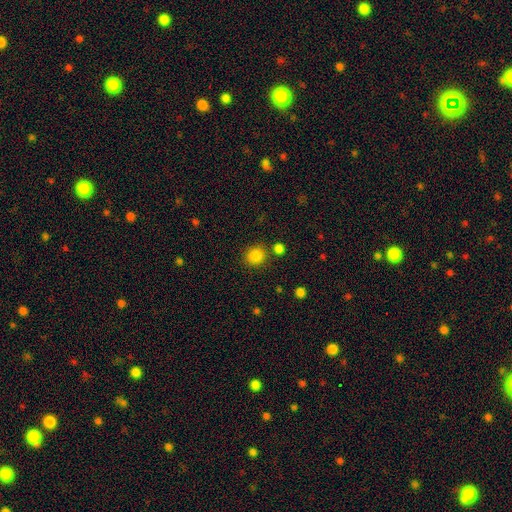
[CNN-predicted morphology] smooth-or-featured: smooth: 85% | star or artifact: 11% | featured or disk: 4%
  how-rounded: round: 87% | in between: 12% | cigar-shaped: 1%
  merging: none: 82% | minor disturbance: 8% | merger: 7% | major disturbance: 3%